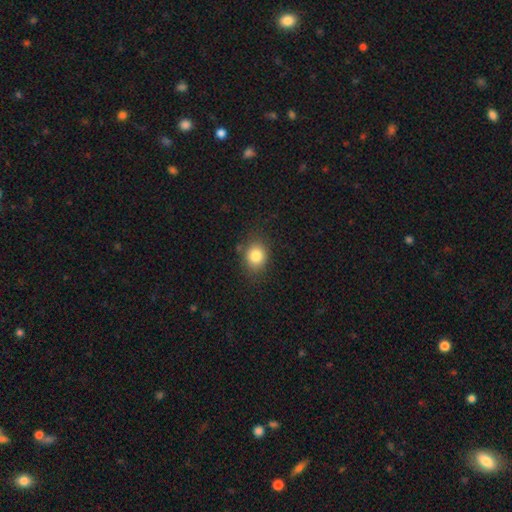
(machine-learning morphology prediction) Smooth or featured: smooth — 83% (star or artifact — 10%)
How rounded: round — 63% (in between — 36%)
Merging: none — 80% (minor disturbance — 14%)